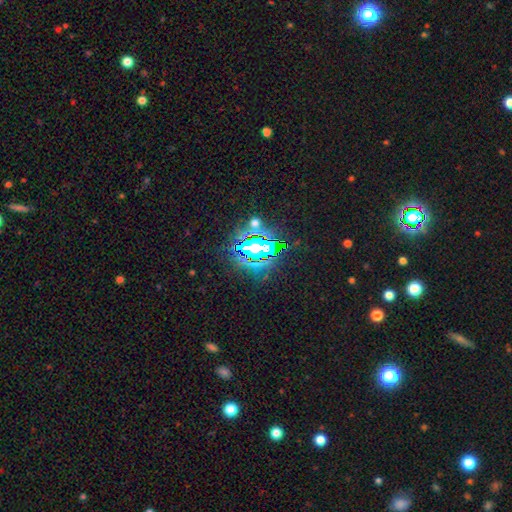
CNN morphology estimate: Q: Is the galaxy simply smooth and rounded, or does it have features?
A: star or artifact — 82%.